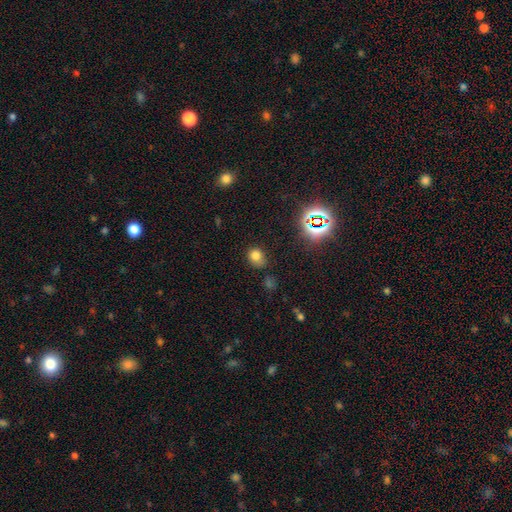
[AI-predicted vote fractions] Smooth or featured? smooth (73%)
How rounded? round (57%)
Merging? none (65%)